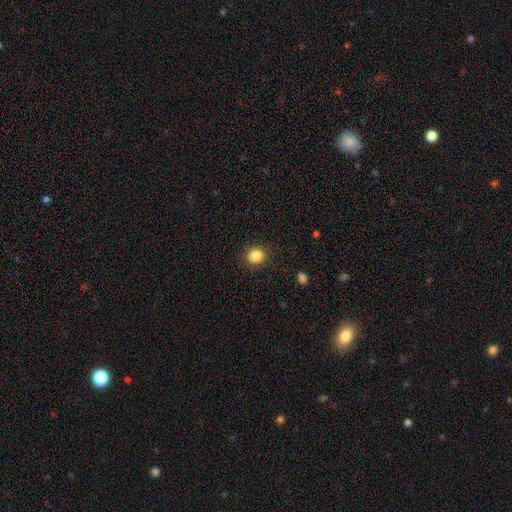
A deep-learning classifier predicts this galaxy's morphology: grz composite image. It shows a smooth galaxy with no disk features (85%) that is round (83%). Merging: none (89%).